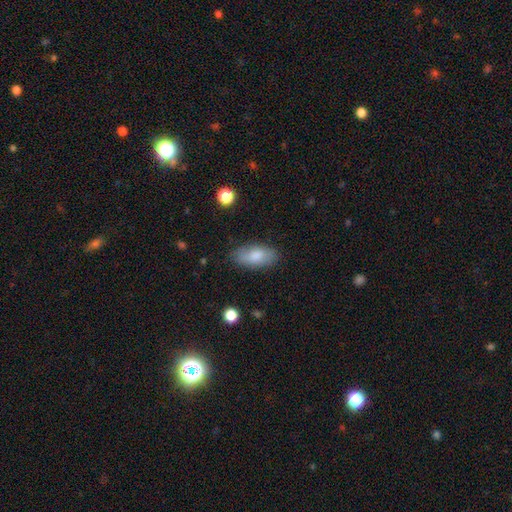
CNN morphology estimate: Smooth or featured: smooth — 80% (featured or disk — 14%)
How rounded: in between — 89% (cigar-shaped — 8%)
Merging: none — 82% (minor disturbance — 14%)